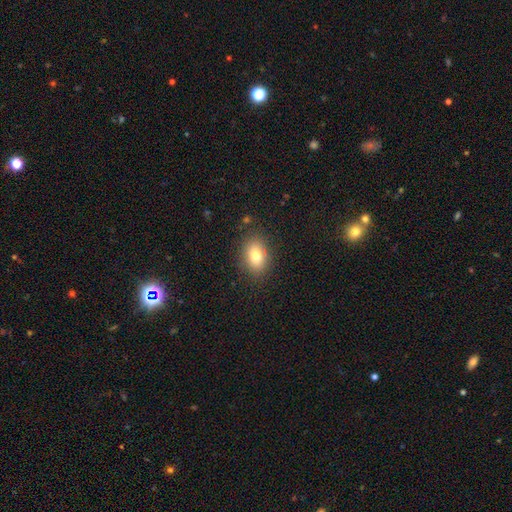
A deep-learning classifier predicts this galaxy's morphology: Smooth or featured: smooth — 78% (featured or disk — 12%)
How rounded: in between — 77% (round — 22%)
Merging: none — 85% (minor disturbance — 10%)